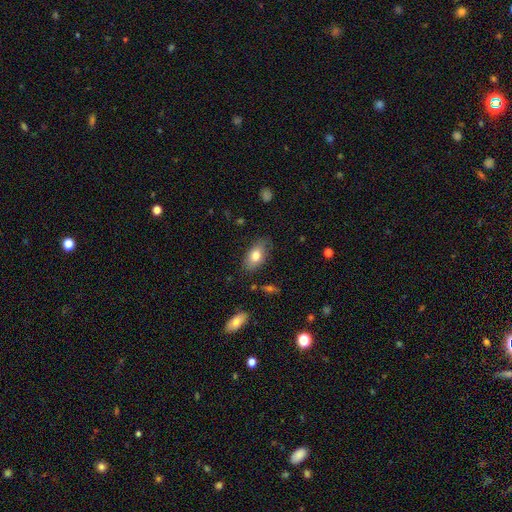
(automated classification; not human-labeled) Smooth or featured? Predicted: smooth (p=0.77). How rounded? Predicted: in between (p=0.91). Merging? Predicted: none (p=0.77).